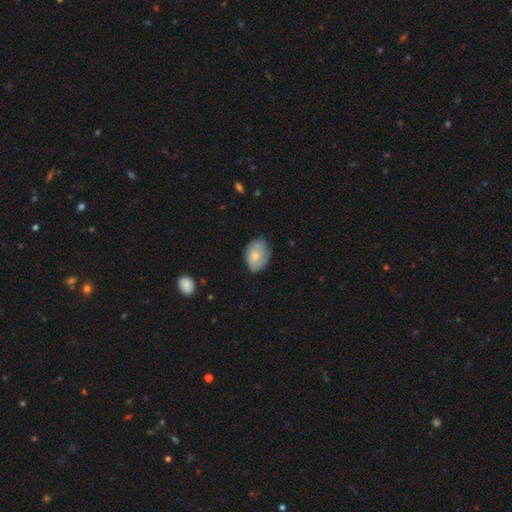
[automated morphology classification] type=smooth (71%); roundness=in between (80%); merging=none (65%).